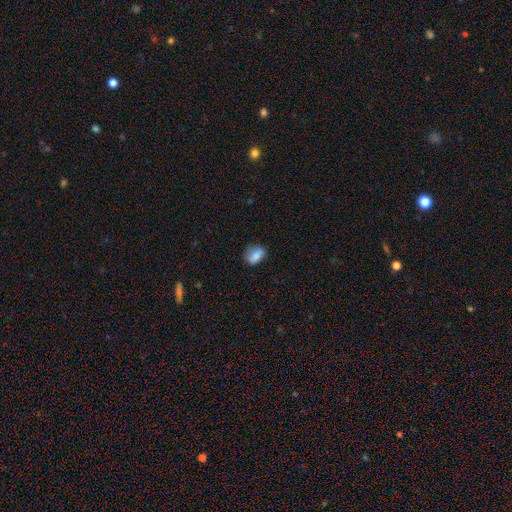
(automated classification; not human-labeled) This appears to be a smooth galaxy with no disk features (80%) that is in between round and cigar-shaped (67%). Merging: none (68%).